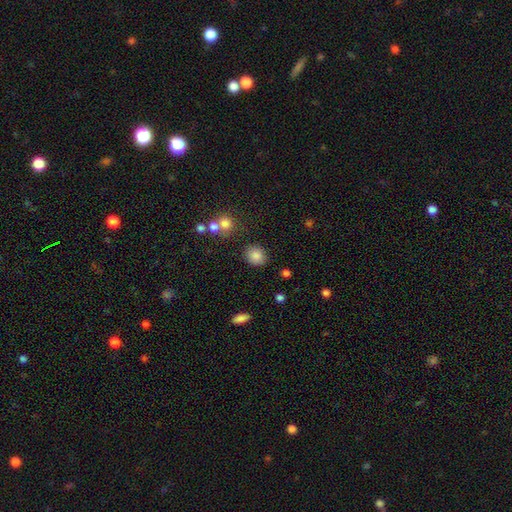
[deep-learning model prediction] Overall: smooth (84%). How rounded: round (66%; in between 33%). Merging: none (83%).